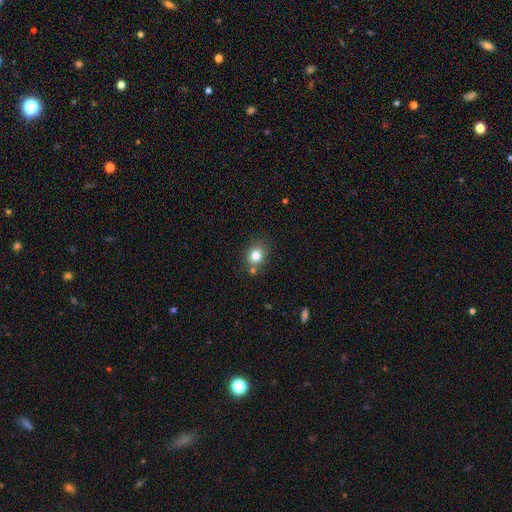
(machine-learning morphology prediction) A smooth galaxy with no disk features (80%) that is round (68%).

Vote fractions:
- Smooth or featured? smooth: 80% / star or artifact: 12% / featured or disk: 8%
- How rounded? round: 68% / in between: 31% / cigar-shaped: 1%
- Merging? none: 74% / minor disturbance: 13% / merger: 10% / major disturbance: 3%